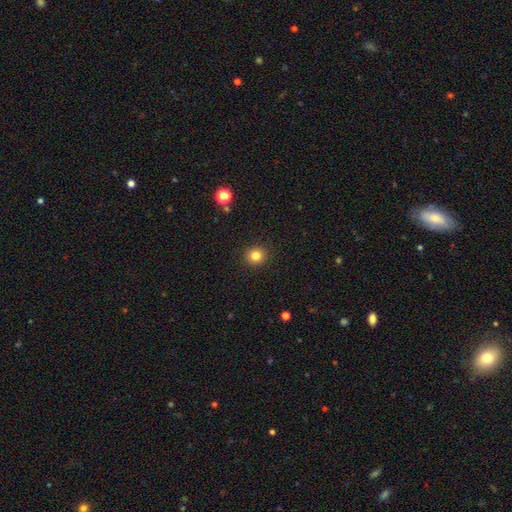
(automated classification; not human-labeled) Overall: smooth (82%). How rounded: round (91%). Merging: none (92%).